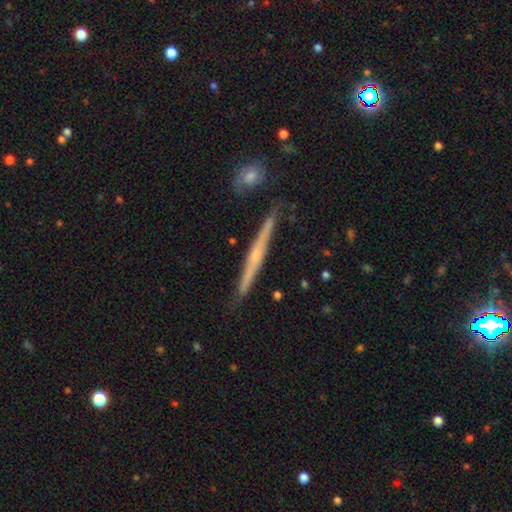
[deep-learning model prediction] Morphology: type=featured or disk (70%); edge-on=yes (97%); edge-on bulge=rounded (49%); merging=none (86%).